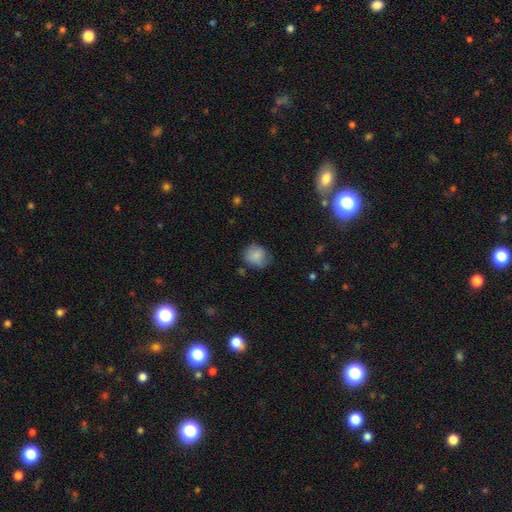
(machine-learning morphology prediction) smooth-or-featured: smooth: 83% | star or artifact: 9% | featured or disk: 8%
  how-rounded: round: 70% | in between: 29% | cigar-shaped: 1%
  merging: none: 66% | minor disturbance: 25% | major disturbance: 6% | merger: 2%